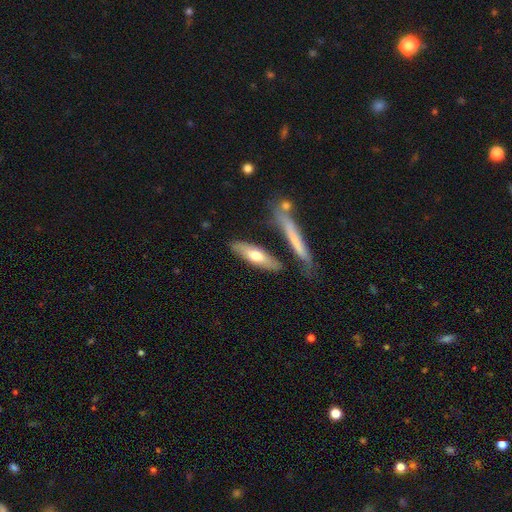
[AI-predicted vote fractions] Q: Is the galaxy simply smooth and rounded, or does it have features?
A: smooth — 59%.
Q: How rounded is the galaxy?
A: cigar-shaped — 61%.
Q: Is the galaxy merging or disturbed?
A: none — 74%.